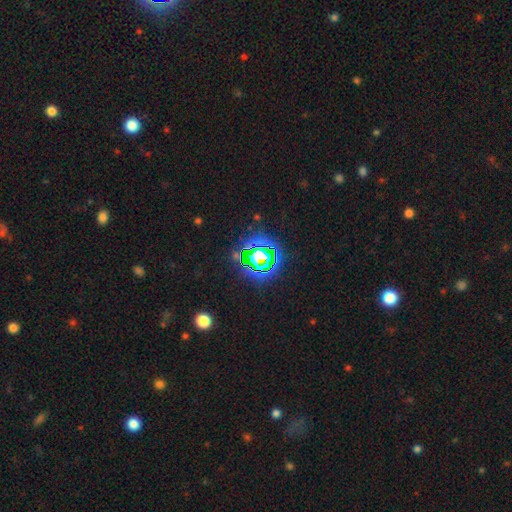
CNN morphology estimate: The model was most divided on "smooth or featured": star or artifact: 73%, smooth: 15%, featured or disk: 12%.